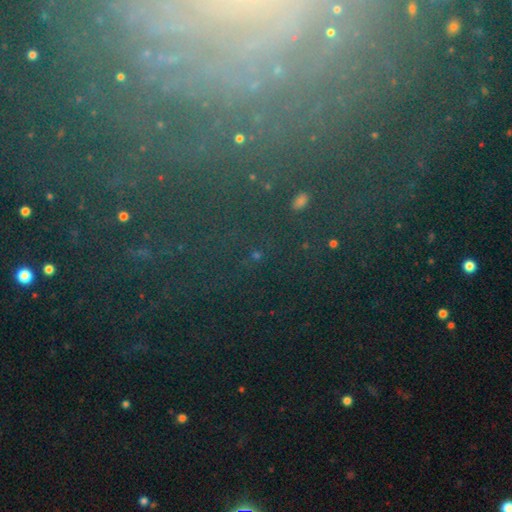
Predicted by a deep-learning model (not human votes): This appears to be a star or artifact, not a galaxy (69%).